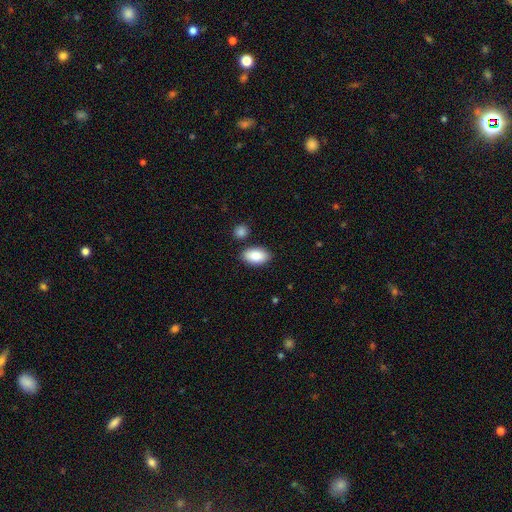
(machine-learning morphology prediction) Smooth or featured? smooth (85%)
How rounded? in between (93%)
Merging? none (84%)